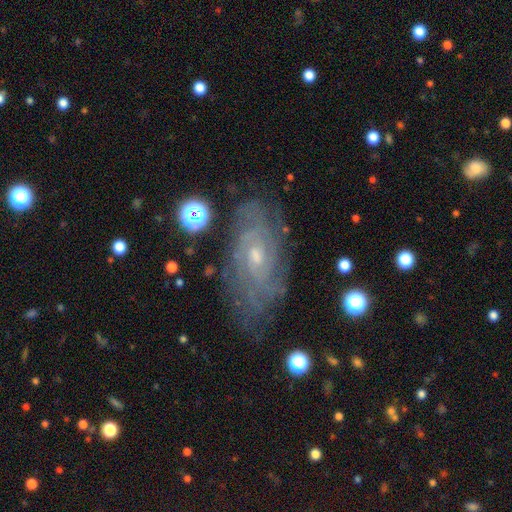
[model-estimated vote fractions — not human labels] A featured or disk galaxy (78%) with no bar (68%), tight (71%) spiral arms (91%) and a small central bulge (63%).

Vote fractions:
- Smooth or featured? featured or disk: 78% / smooth: 12% / star or artifact: 10%
- Edge-on disk? no: 92% / yes: 8%
- Bar? no: 68% / weak: 26% / strong: 5%
- Spiral arms? yes: 91% / no: 9%
- Spiral winding? tight: 71% / medium: 23% / loose: 6%
- Spiral arm count? can't tell: 53% / 2: 14% / 3: 11% / 4: 10% / more than 4: 6% / 1: 5%
- Bulge size? small: 63% / moderate: 33% / none: 1% / large: 1% / dominant: 1%
- Merging? none: 79% / minor disturbance: 15% / major disturbance: 5% / merger: 2%